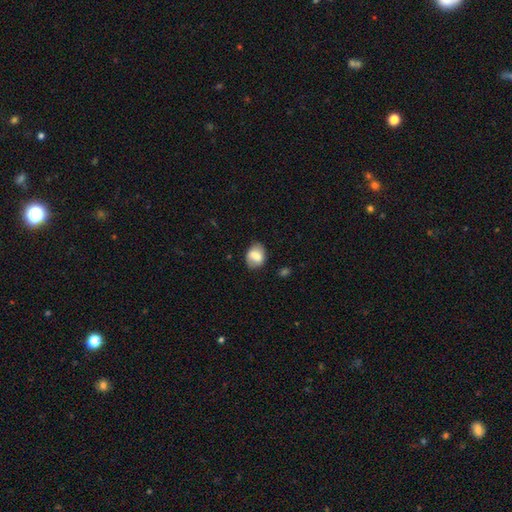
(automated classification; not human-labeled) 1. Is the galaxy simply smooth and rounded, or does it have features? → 71% smooth, 21% featured or disk, 8% star or artifact.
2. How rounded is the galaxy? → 65% in between, 34% round, 1% cigar-shaped.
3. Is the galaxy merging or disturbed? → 73% none, 20% minor disturbance, 6% major disturbance, 2% merger.